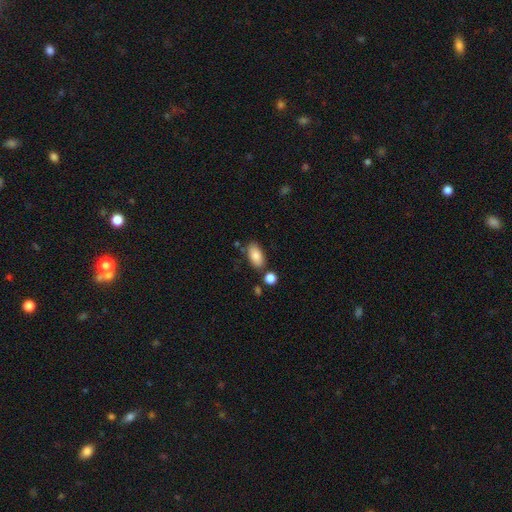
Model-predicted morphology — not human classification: This appears to be a smooth galaxy with no disk features (85%) that is in between round and cigar-shaped (92%). Merging: none (76%).